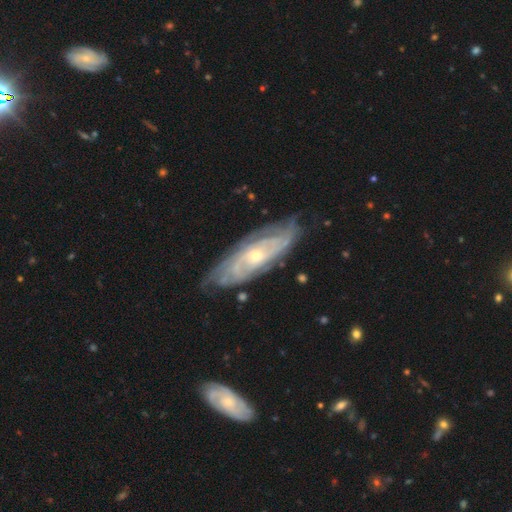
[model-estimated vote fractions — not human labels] A featured or disk galaxy (85%) with no bar (69%), tight (70%) spiral arms (94%) and a small central bulge (59%).

Vote fractions:
- Smooth or featured? featured or disk: 85% / smooth: 10% / star or artifact: 5%
- Edge-on disk? no: 86% / yes: 14%
- Bar? no: 69% / weak: 25% / strong: 6%
- Spiral arms? yes: 94% / no: 6%
- Spiral winding? tight: 70% / medium: 24% / loose: 6%
- Spiral arm count? can't tell: 47% / 2: 17% / 3: 13% / 4: 12% / more than 4: 7% / 1: 5%
- Bulge size? small: 59% / moderate: 38% / large: 1% / none: 1% / dominant: 1%
- Merging? none: 76% / minor disturbance: 17% / major disturbance: 4% / merger: 2%